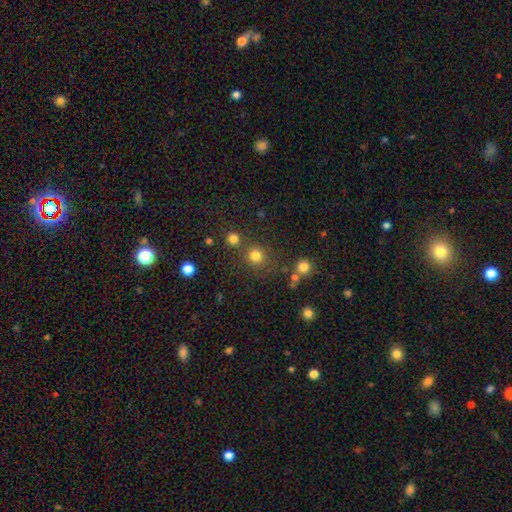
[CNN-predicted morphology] smooth_or_featured: smooth (p=0.79) [alt: star or artifact p=0.16]
how_rounded: round (p=0.91) [alt: in between p=0.08]
merging: none (p=0.73) [alt: merger p=0.15]